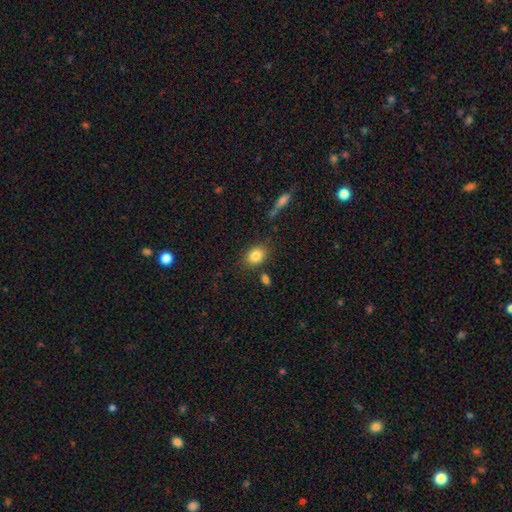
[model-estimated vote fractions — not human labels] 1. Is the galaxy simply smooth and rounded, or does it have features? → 84% smooth, 9% star or artifact, 7% featured or disk.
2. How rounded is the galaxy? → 59% in between, 39% round, 1% cigar-shaped.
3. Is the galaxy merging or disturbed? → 79% none, 12% minor disturbance, 6% merger, 4% major disturbance.